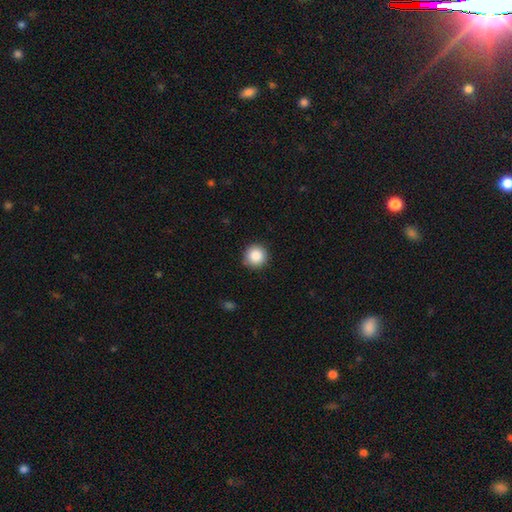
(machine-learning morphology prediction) Overall: smooth (87%). How rounded: round (95%). Merging: none (90%).